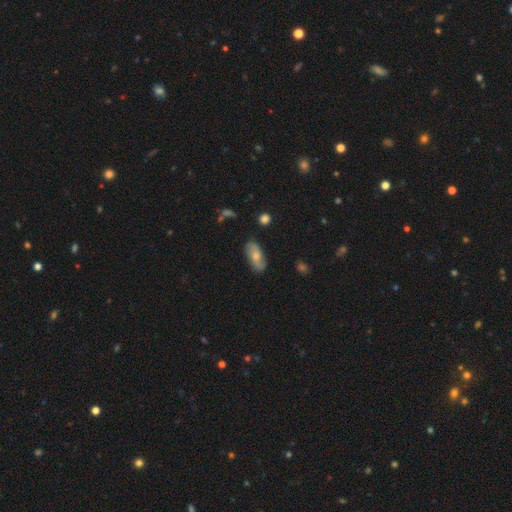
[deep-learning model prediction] A smooth galaxy with no disk features (61%) that is in between round and cigar-shaped (86%). Merging: none (77%).